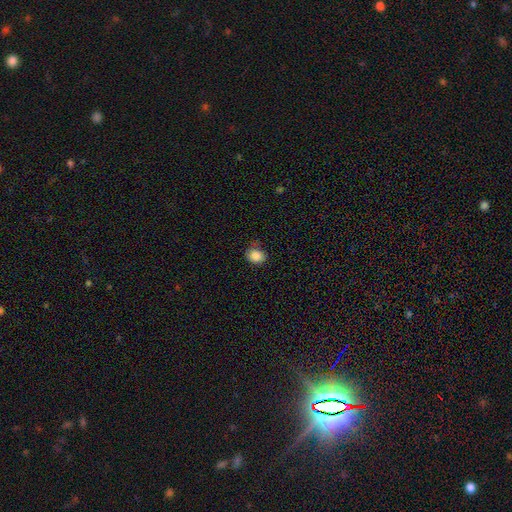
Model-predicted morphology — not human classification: A smooth galaxy with no disk features (86%) that is round (52%).

Vote fractions:
- Smooth or featured? smooth: 86% / star or artifact: 9% / featured or disk: 5%
- How rounded? round: 52% / in between: 47% / cigar-shaped: 1%
- Merging? none: 69% / minor disturbance: 24% / major disturbance: 5% / merger: 2%